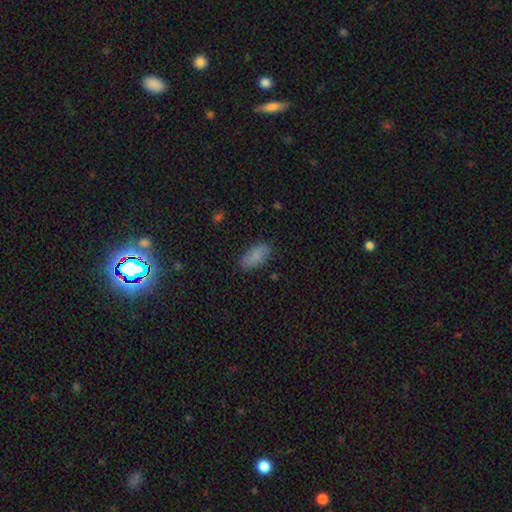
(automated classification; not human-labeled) This appears to be a smooth galaxy with no disk features (85%) that is in between round and cigar-shaped (88%). Merging: none (81%).